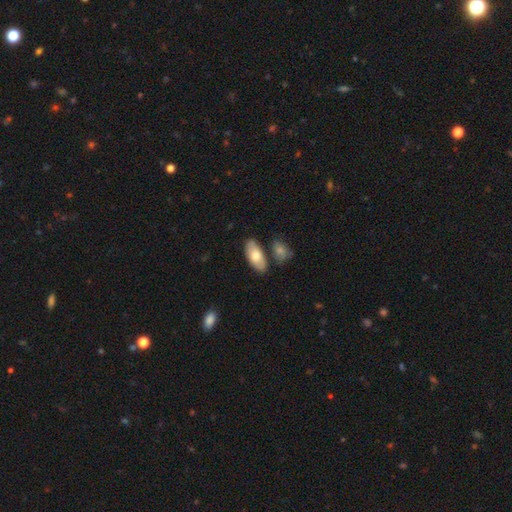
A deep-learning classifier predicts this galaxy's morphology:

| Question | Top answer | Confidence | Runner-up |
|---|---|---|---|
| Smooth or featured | smooth | 73% | featured or disk (21%) |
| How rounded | in between | 89% | cigar-shaped (9%) |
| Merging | none | 74% | minor disturbance (13%) |